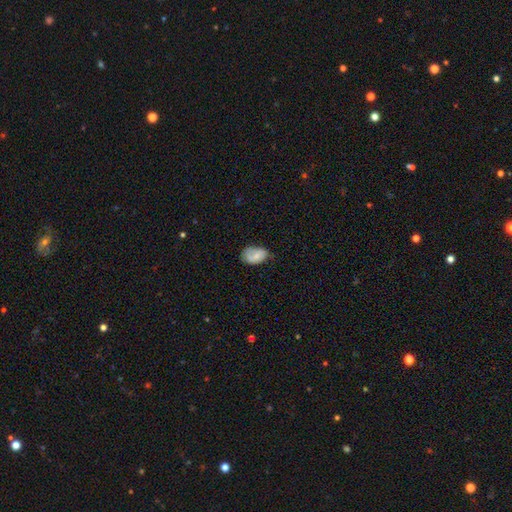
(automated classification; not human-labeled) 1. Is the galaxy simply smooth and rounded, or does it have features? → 65% smooth, 27% featured or disk, 8% star or artifact.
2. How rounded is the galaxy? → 87% in between, 11% round, 1% cigar-shaped.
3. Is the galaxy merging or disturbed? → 49% none, 35% minor disturbance, 12% major disturbance, 4% merger.